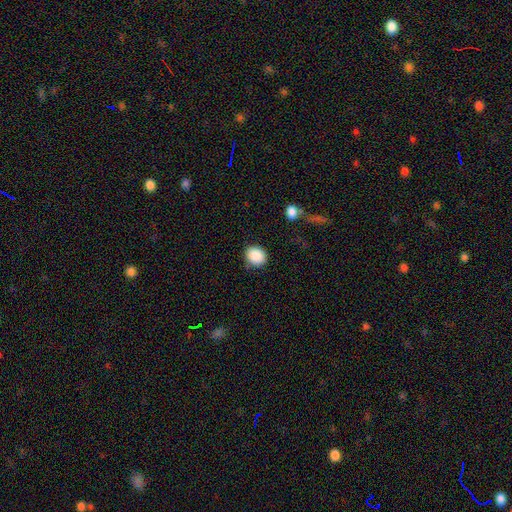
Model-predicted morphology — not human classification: This appears to be a smooth galaxy with no disk features (89%) that is round (68%). Merging: none (84%).